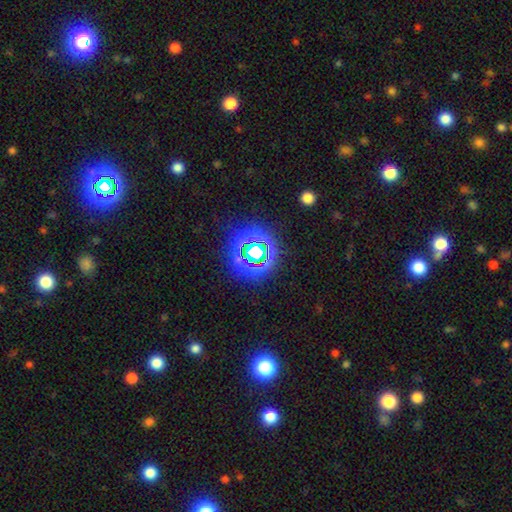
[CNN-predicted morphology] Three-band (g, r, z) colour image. It shows a star or artifact, not a galaxy (73%).